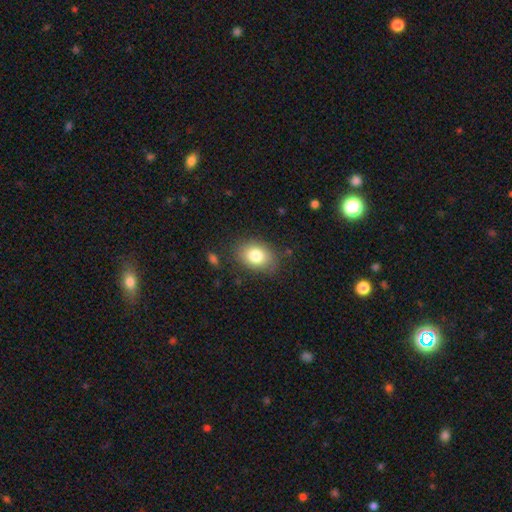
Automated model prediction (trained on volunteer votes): A smooth galaxy with no disk features (81%) that is in between round and cigar-shaped (72%).

Vote fractions:
- Smooth or featured? smooth: 81% / featured or disk: 11% / star or artifact: 9%
- How rounded? in between: 72% / round: 27% / cigar-shaped: 1%
- Merging? none: 79% / minor disturbance: 14% / major disturbance: 4% / merger: 2%